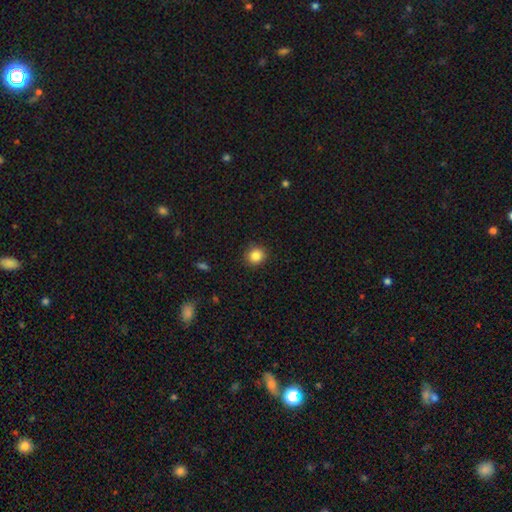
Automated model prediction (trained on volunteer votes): Smooth or featured?
  - smooth: 85% *
  - star or artifact: 11%
  - featured or disk: 4%
How rounded?
  - round: 87% *
  - in between: 12%
  - cigar-shaped: 1%
Merging?
  - none: 89% *
  - minor disturbance: 8%
  - major disturbance: 2%
  - merger: 1%